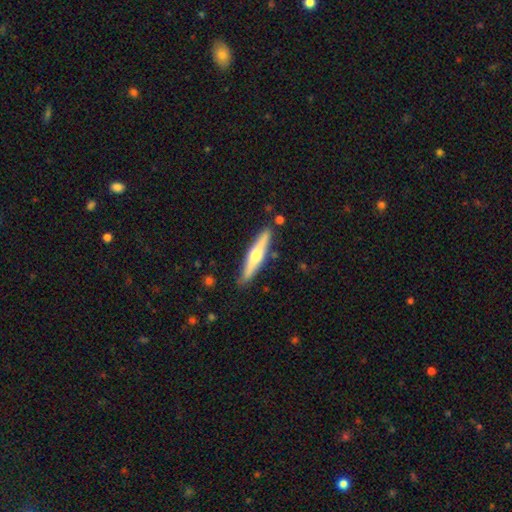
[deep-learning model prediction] A featured or disk galaxy (54%) viewed edge-on (95%) with a rounded central bulge (87%).

Vote fractions:
- Smooth or featured? featured or disk: 54% / smooth: 41% / star or artifact: 5%
- Edge-on disk? yes: 95% / no: 5%
- Edge-on bulge? rounded: 87% / none: 7% / boxy: 6%
- Merging? none: 85% / minor disturbance: 10% / merger: 3% / major disturbance: 2%